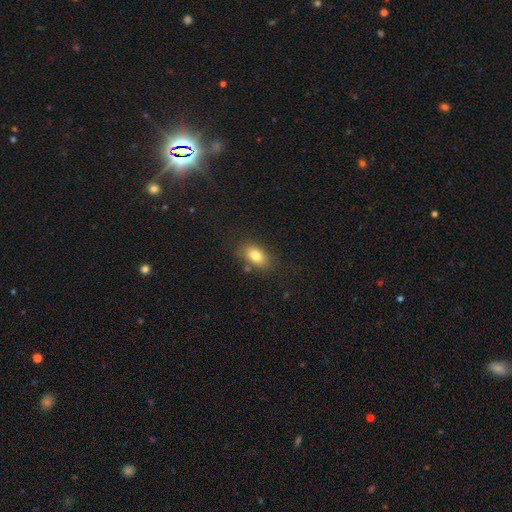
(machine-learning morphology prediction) Smooth or featured?
  - smooth: 81% *
  - featured or disk: 11%
  - star or artifact: 9%
How rounded?
  - in between: 86% *
  - round: 11%
  - cigar-shaped: 3%
Merging?
  - none: 77% *
  - minor disturbance: 14%
  - merger: 5%
  - major disturbance: 4%